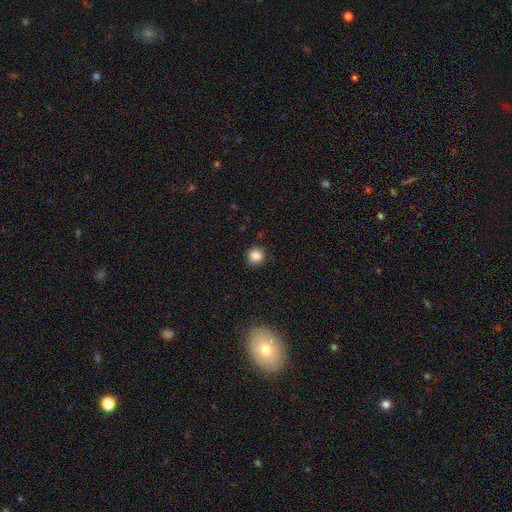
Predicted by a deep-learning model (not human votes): Smooth or featured? smooth (86%)
How rounded? round (93%)
Merging? none (90%)